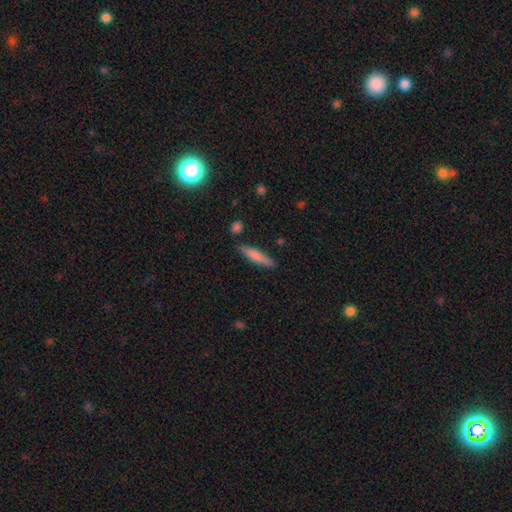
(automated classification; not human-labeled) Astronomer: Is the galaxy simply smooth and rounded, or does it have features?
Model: smooth — 73%.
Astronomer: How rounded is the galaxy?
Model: cigar-shaped — 86%.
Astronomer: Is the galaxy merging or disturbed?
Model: none — 84%.